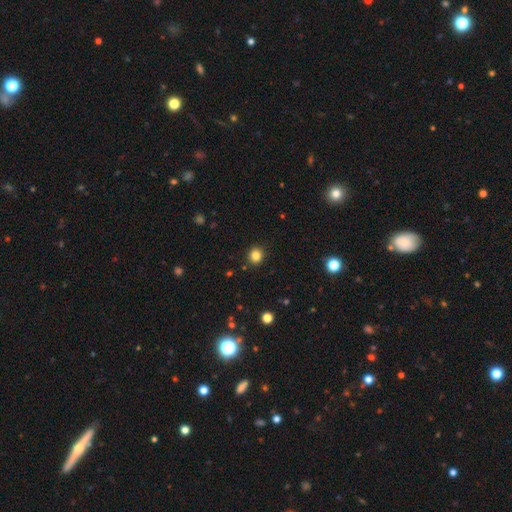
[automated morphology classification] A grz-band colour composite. It shows a smooth galaxy with no disk features (83%) that is round (84%). Merging: none (91%).